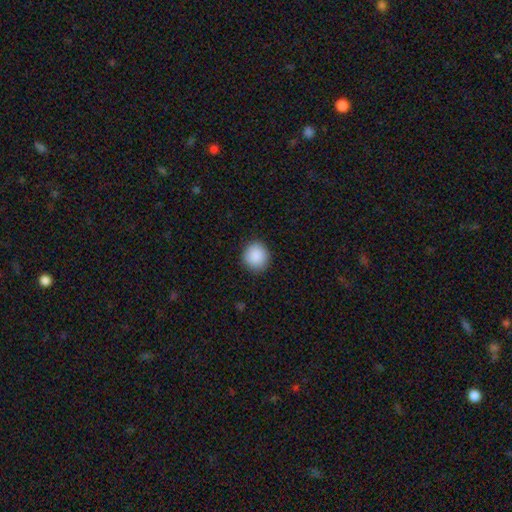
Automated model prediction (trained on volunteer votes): This appears to be a smooth galaxy with no disk features (89%) that is round (89%). Merging: none (90%).